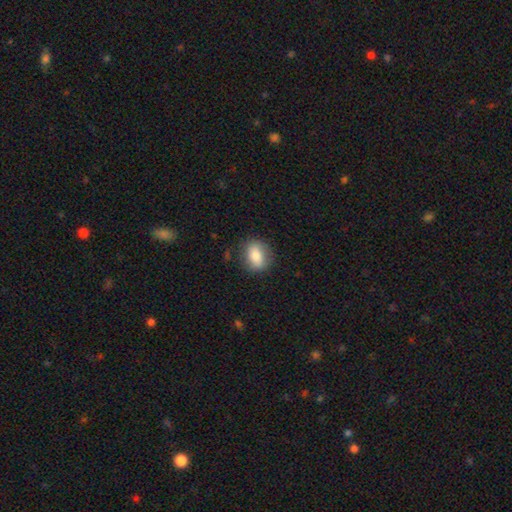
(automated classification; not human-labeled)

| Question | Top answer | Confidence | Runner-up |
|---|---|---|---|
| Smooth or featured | smooth | 79% | featured or disk (13%) |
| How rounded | in between | 61% | round (37%) |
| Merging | none | 81% | minor disturbance (14%) |